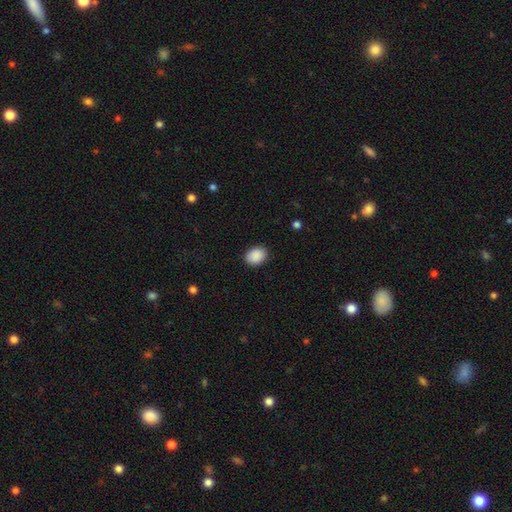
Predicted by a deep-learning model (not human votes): smooth_or_featured: smooth (p=0.90) [alt: star or artifact p=0.07]
how_rounded: in between (p=0.66) [alt: round p=0.33]
merging: none (p=0.88) [alt: minor disturbance p=0.09]